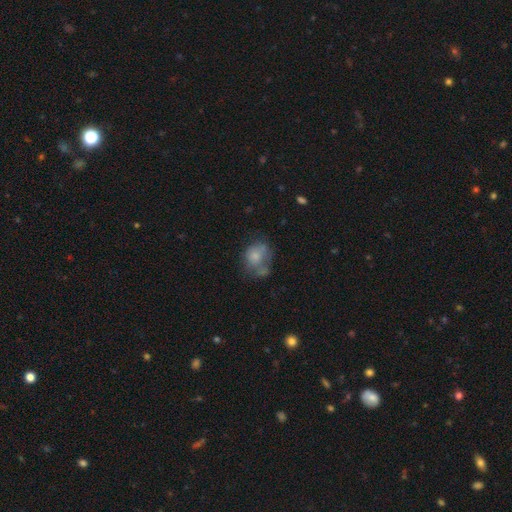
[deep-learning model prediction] Q: Smooth or featured?
A: smooth (67%); runner-up: featured or disk (24%)
Q: How rounded?
A: round (53%); runner-up: in between (46%)
Q: Merging?
A: none (32%); runner-up: minor disturbance (25%)